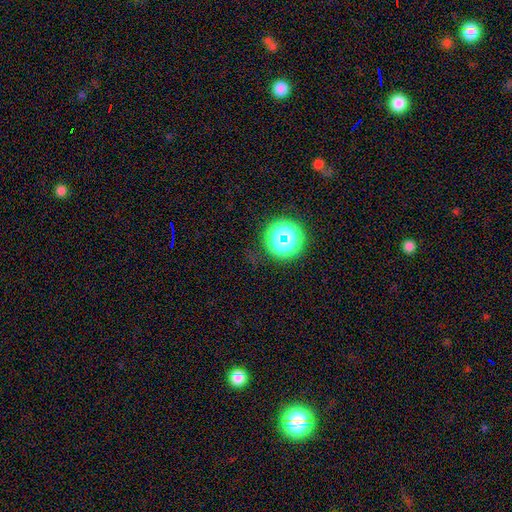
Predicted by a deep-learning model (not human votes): smooth_or_featured: star or artifact (p=0.72) [alt: smooth p=0.20]